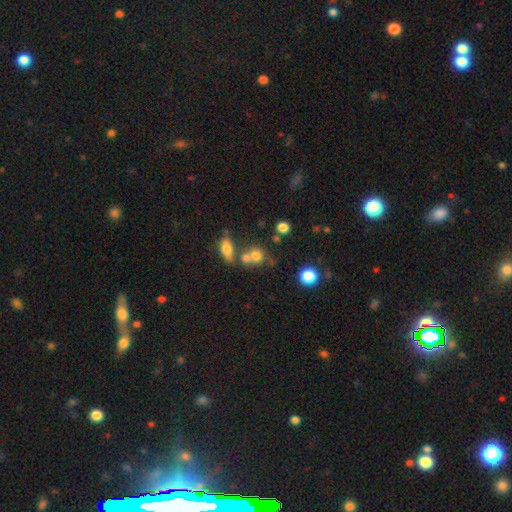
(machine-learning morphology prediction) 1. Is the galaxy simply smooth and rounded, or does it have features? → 74% smooth, 14% star or artifact, 12% featured or disk.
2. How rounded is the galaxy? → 74% round, 24% in between, 2% cigar-shaped.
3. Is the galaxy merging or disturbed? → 43% none, 41% merger, 10% minor disturbance, 5% major disturbance.